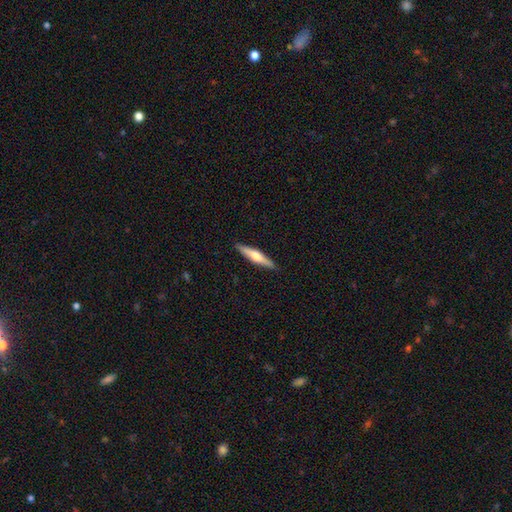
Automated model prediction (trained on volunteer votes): The model was most divided on "smooth or featured": featured or disk: 57%, smooth: 37%, star or artifact: 5%. More confident: edge-on disk — yes (97%); merging — none (90%); edge-on bulge — rounded (83%).